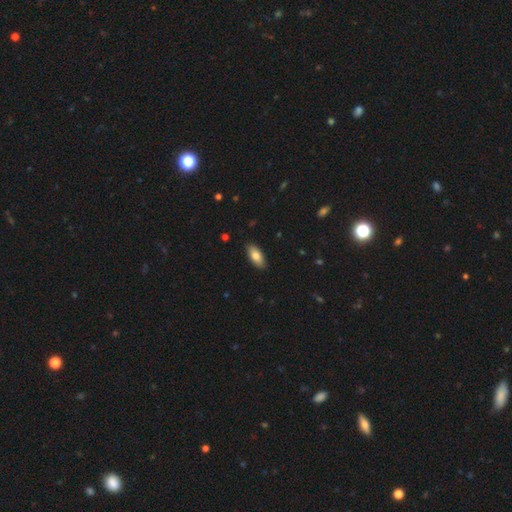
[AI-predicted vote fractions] A smooth galaxy with no disk features (80%) that is in between round and cigar-shaped (87%). Merging: none (88%).